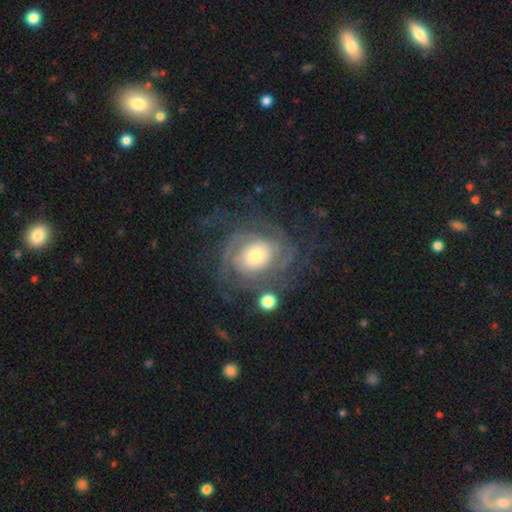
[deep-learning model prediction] Morphology: type=featured or disk (82%); edge-on=no (97%); bar=no (76%); spiral arms=yes (92%); winding=tight (62%); arm count=can't tell (36%); bulge=moderate (52%); merging=none (62%).